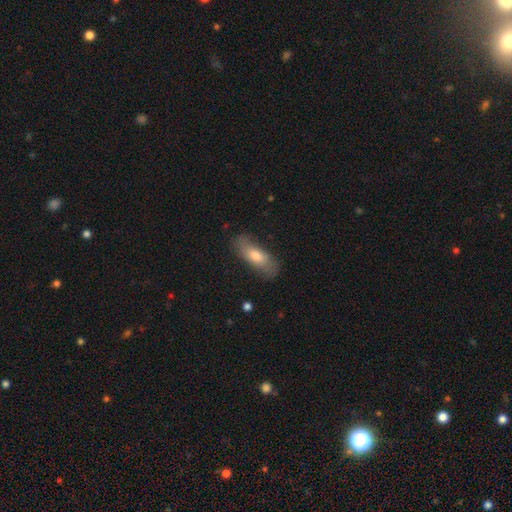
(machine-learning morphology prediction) Smooth or featured? Predicted: smooth (p=0.70). How rounded? Predicted: in between (p=0.67). Merging? Predicted: none (p=0.76).